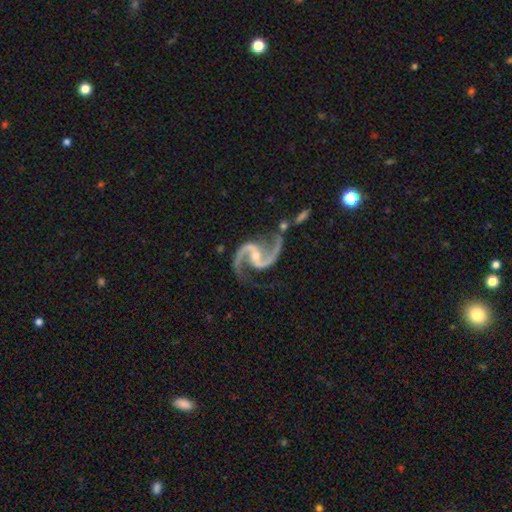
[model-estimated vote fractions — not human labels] Smooth or featured: featured or disk — 95% (star or artifact — 4%)
Edge-on disk: no — 98% (yes — 2%)
Bar: weak — 38% (no — 32%)
Spiral arms: yes — 99% (no — 1%)
Spiral winding: medium — 54% (loose — 37%)
Spiral arm count: 2 — 95% (3 — 1%)
Bulge size: small — 63% (moderate — 32%)
Merging: none — 66% (minor disturbance — 18%)